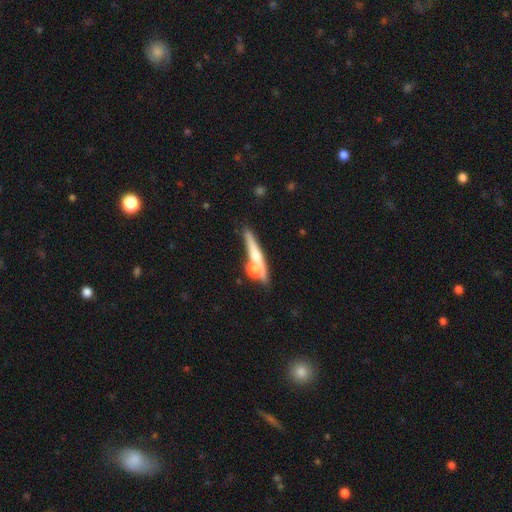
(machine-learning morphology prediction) Smooth or featured? featured or disk (47%)
Merging? none (50%)